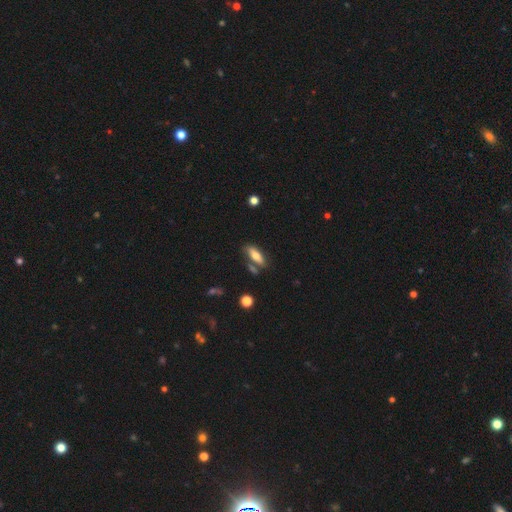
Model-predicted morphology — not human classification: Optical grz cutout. It shows a smooth galaxy with no disk features (67%) that is in between round and cigar-shaped (65%). Merging: none (68%).